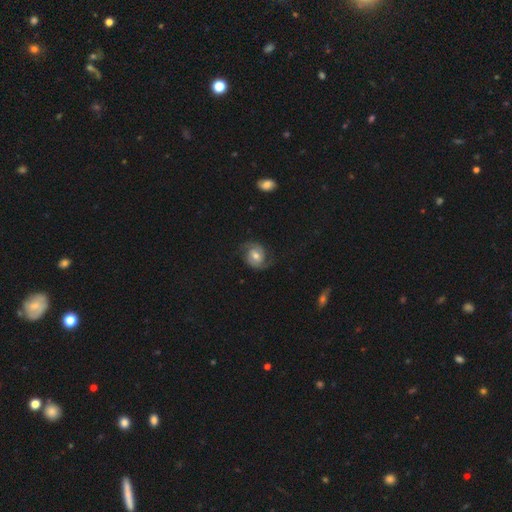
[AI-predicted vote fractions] Smooth or featured?
  - featured or disk: 76% *
  - smooth: 16%
  - star or artifact: 7%
Edge-on disk?
  - no: 98% *
  - yes: 2%
Bar?
  - no: 57% *
  - weak: 35%
  - strong: 8%
Spiral arms?
  - yes: 95% *
  - no: 5%
Spiral winding?
  - medium: 46% *
  - tight: 29%
  - loose: 25%
Spiral arm count?
  - 2: 91% *
  - can't tell: 4%
  - 1: 2%
  - 3: 1%
  - 4: 1%
  - more than 4: 1%
Bulge size?
  - moderate: 69% *
  - small: 20%
  - large: 7%
  - none: 2%
  - dominant: 1%
Merging?
  - none: 77% *
  - minor disturbance: 14%
  - major disturbance: 8%
  - merger: 1%